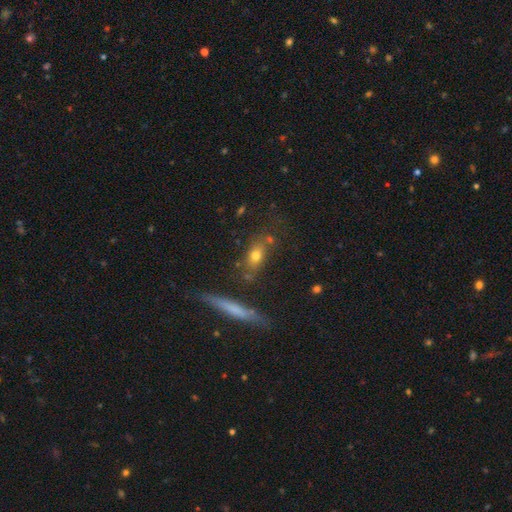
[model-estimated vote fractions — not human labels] A smooth galaxy with no disk features (69%) that is in between round and cigar-shaped (56%). Merging: none (68%).